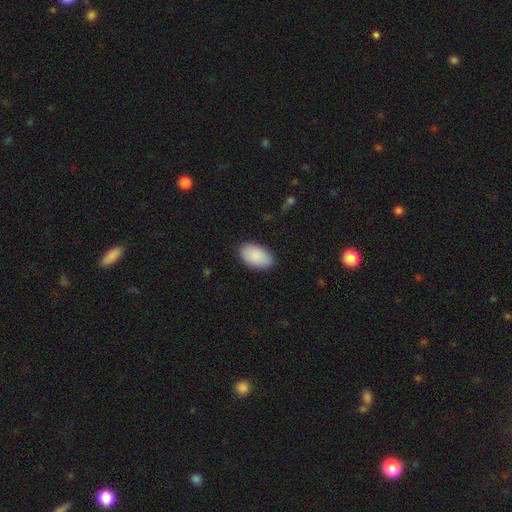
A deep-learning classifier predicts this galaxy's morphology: smooth-or-featured: smooth: 90% | star or artifact: 6% | featured or disk: 5%
  how-rounded: in between: 95% | round: 3% | cigar-shaped: 1%
  merging: none: 86% | minor disturbance: 11% | major disturbance: 2% | merger: 1%